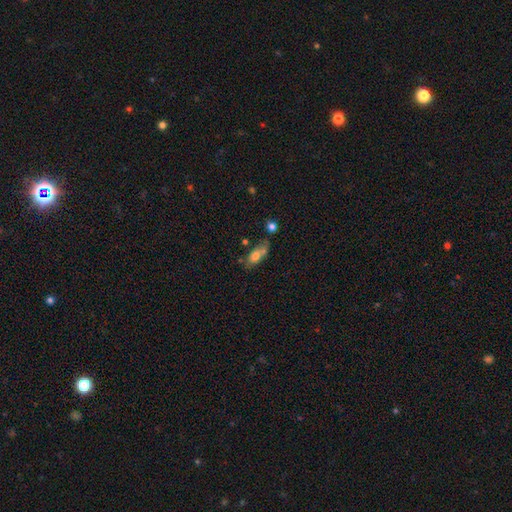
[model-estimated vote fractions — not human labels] smooth 67%, featured or disk 24%, star or artifact 9%. Down the decision tree: how rounded — in between (77%); merging — none (43%).